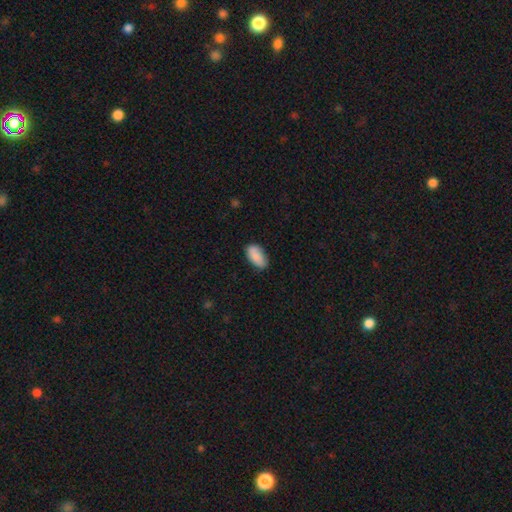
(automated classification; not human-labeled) Smooth or featured?
  - smooth: 86% *
  - featured or disk: 7%
  - star or artifact: 7%
How rounded?
  - in between: 93% *
  - cigar-shaped: 4%
  - round: 3%
Merging?
  - none: 77% *
  - minor disturbance: 19%
  - major disturbance: 3%
  - merger: 2%